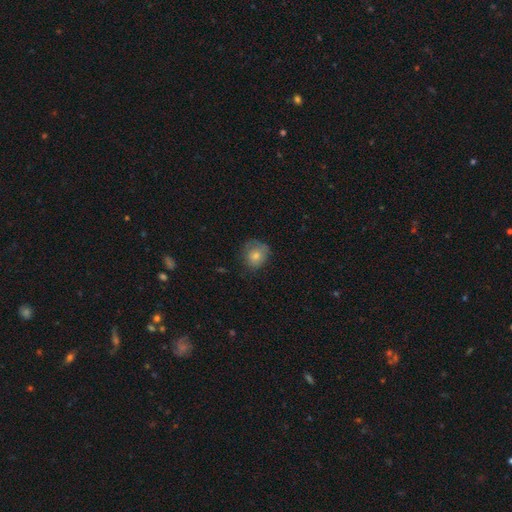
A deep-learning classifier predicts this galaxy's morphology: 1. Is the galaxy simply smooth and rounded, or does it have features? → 75% smooth, 16% featured or disk, 9% star or artifact.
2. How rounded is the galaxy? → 71% round, 28% in between, 1% cigar-shaped.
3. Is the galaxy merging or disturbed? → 59% none, 28% minor disturbance, 13% major disturbance, 1% merger.